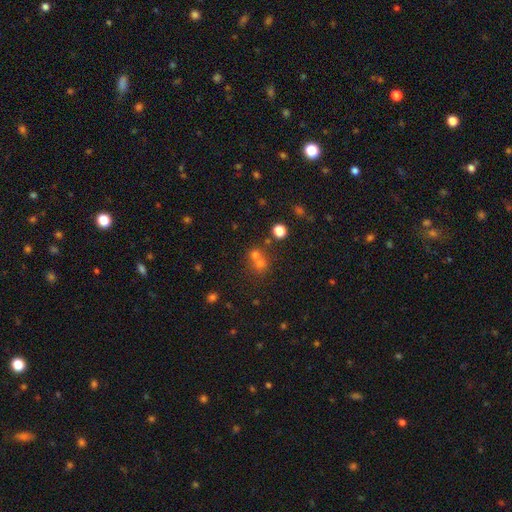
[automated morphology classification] Overall: smooth (60%; star or artifact 26%). How rounded: round (81%). Merging: merger (48%; none 42%).